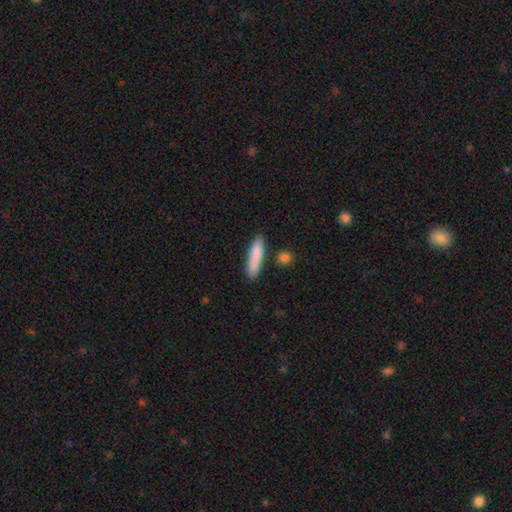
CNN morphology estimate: The model was most divided on "how rounded": cigar-shaped: 80%, in between: 18%, round: 2%. More confident: smooth or featured — smooth (85%); merging — none (83%).